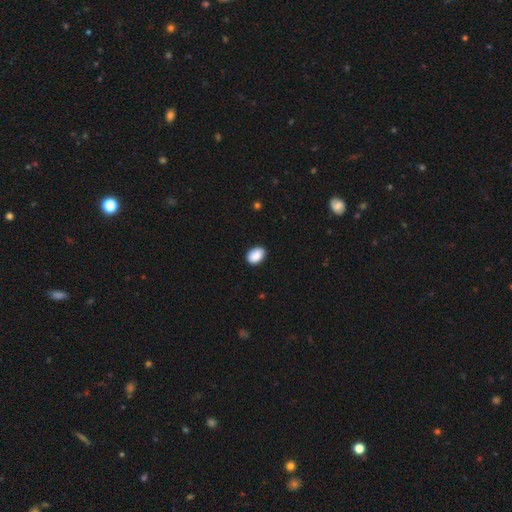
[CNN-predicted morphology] Smooth or featured: smooth — 90% (star or artifact — 7%)
How rounded: in between — 85% (round — 14%)
Merging: none — 88% (minor disturbance — 10%)